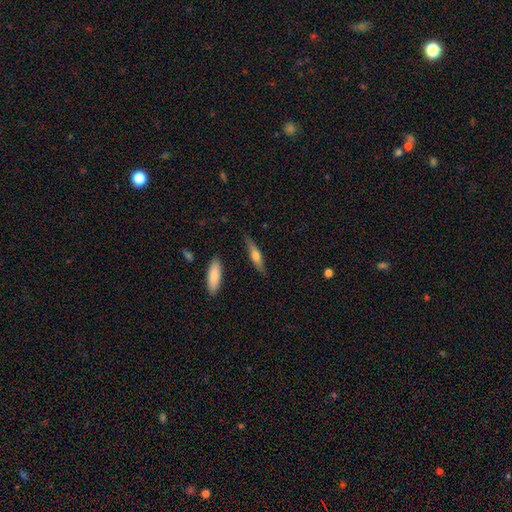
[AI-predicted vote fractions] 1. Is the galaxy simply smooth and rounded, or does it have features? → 48% smooth, 46% featured or disk, 6% star or artifact.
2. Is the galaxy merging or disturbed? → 84% none, 11% minor disturbance, 2% major disturbance, 2% merger.